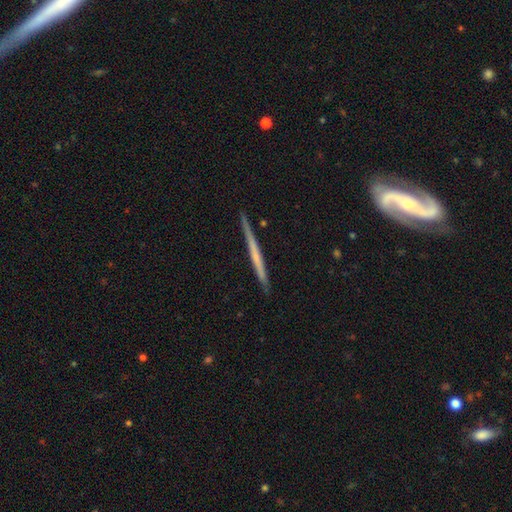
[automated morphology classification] featured or disk 56%, smooth 39%, star or artifact 5%. Down the decision tree: edge-on disk — yes (98%); edge-on bulge — none (88%); merging — none (91%).